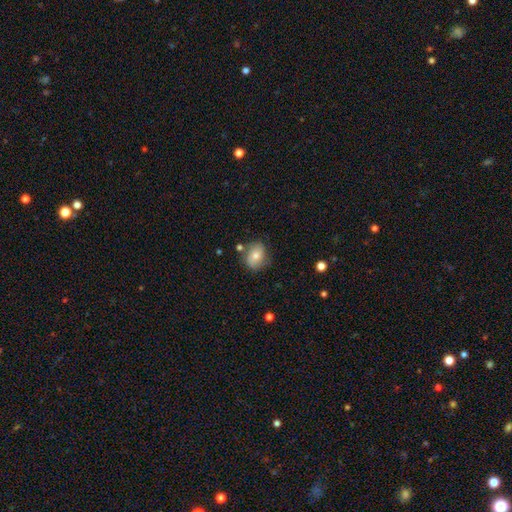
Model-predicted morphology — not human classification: Smooth or featured: smooth — 69% (featured or disk — 23%)
How rounded: in between — 51% (round — 48%)
Merging: none — 72% (minor disturbance — 18%)